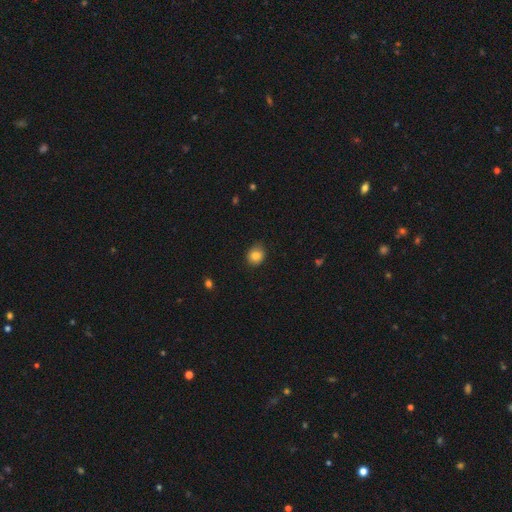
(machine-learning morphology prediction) A smooth galaxy with no disk features (83%) that is round (73%).

Vote fractions:
- Smooth or featured? smooth: 83% / star or artifact: 10% / featured or disk: 7%
- How rounded? round: 73% / in between: 26% / cigar-shaped: 1%
- Merging? none: 83% / minor disturbance: 14% / major disturbance: 2% / merger: 1%